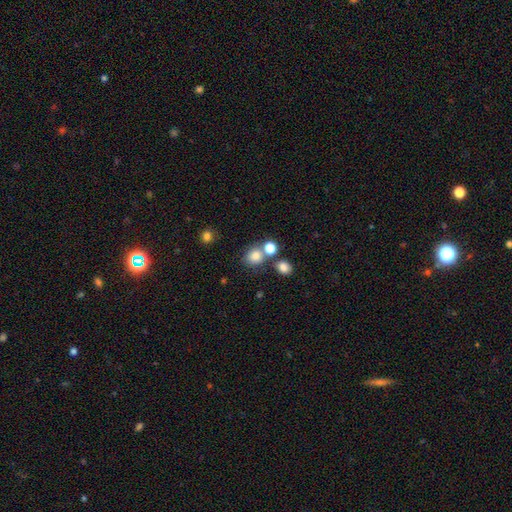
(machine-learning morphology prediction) Smooth or featured: smooth — 79% (star or artifact — 13%)
How rounded: round — 71% (in between — 28%)
Merging: none — 59% (merger — 26%)